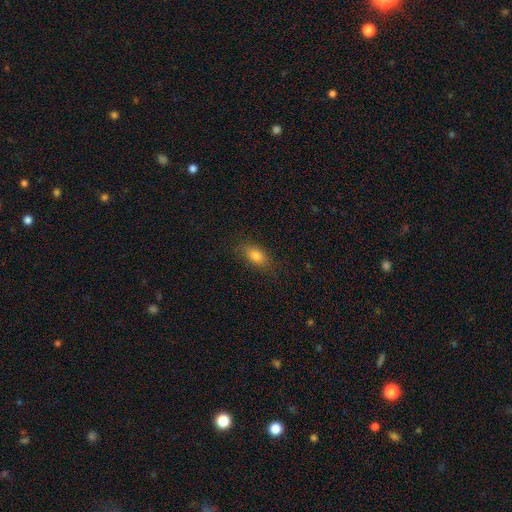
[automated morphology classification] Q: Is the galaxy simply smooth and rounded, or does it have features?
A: smooth — 81%.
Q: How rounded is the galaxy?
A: in between — 84%.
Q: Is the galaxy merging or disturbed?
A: none — 81%.